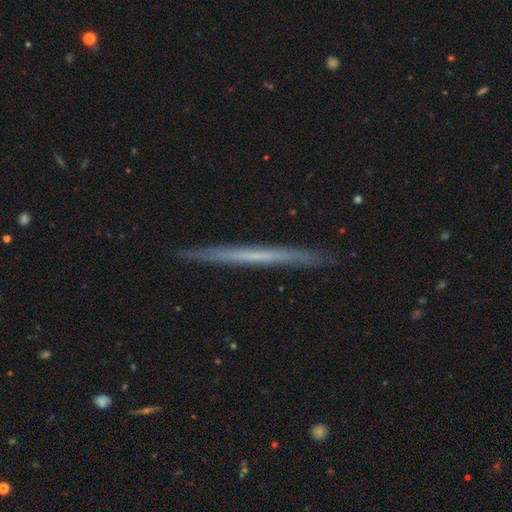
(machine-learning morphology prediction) Smooth or featured? featured or disk (56%)
Edge-on disk? yes (97%)
Edge-on bulge? none (93%)
Merging? none (91%)